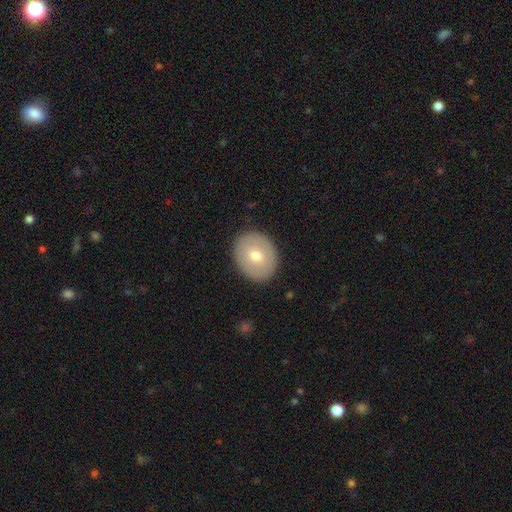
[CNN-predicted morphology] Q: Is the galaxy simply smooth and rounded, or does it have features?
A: smooth — 65%.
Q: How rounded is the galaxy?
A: round — 57%.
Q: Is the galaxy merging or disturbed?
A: none — 88%.